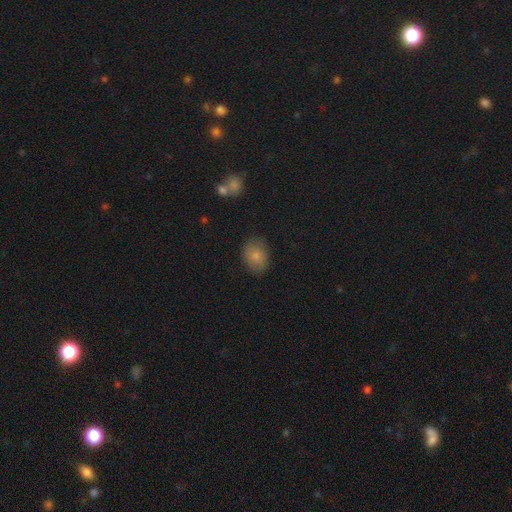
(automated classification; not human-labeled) smooth 81%, featured or disk 10%, star or artifact 8%. Down the decision tree: how rounded — in between (64%); merging — none (79%).